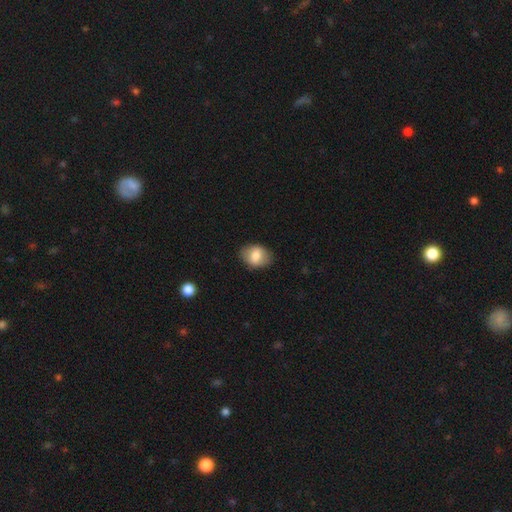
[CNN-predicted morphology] A smooth galaxy with no disk features (77%) that is in between round and cigar-shaped (74%). Merging: none (84%).